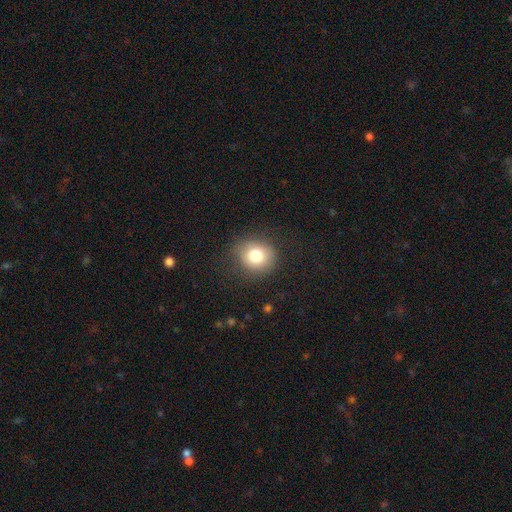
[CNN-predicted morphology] Q: Smooth or featured?
A: smooth (80%); runner-up: star or artifact (11%)
Q: How rounded?
A: round (76%); runner-up: in between (23%)
Q: Merging?
A: none (83%); runner-up: minor disturbance (11%)